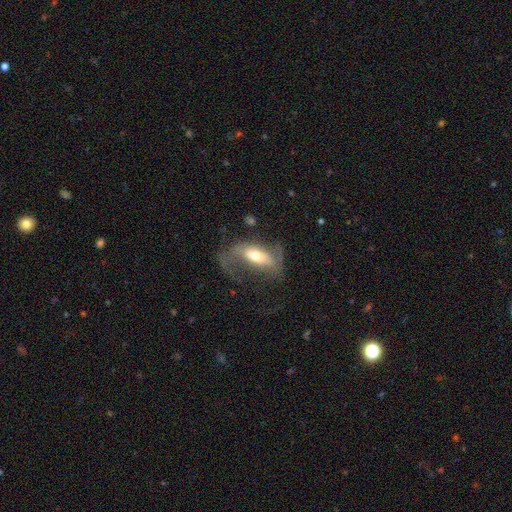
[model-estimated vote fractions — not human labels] Smooth or featured? featured or disk (53%)
Edge-on disk? no (81%)
Merging? major disturbance (47%)